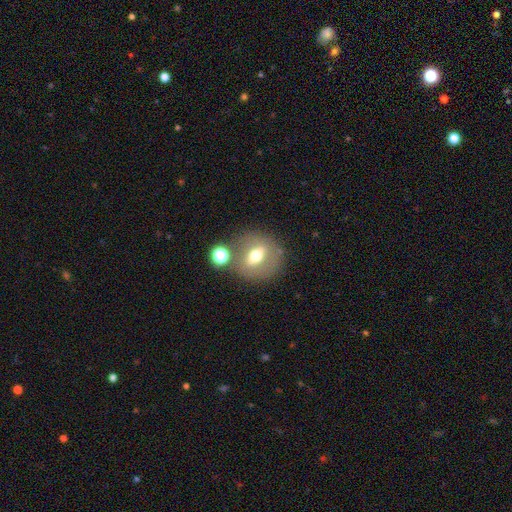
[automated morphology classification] A smooth galaxy with no disk features (45%, tied with featured or disk). Merging: none (70%).